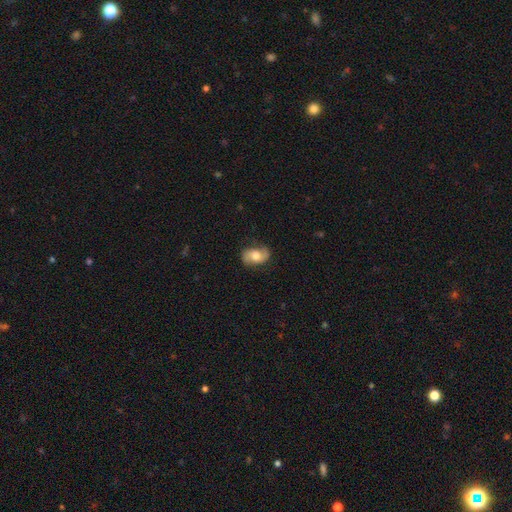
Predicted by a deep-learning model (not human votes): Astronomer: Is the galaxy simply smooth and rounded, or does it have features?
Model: featured or disk — 61%.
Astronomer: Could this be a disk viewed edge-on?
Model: no — 96%.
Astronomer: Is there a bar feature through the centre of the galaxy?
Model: no — 61%.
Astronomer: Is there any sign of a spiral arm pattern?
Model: yes — 90%.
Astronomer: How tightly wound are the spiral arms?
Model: loose — 45% (runner-up: medium, 40%).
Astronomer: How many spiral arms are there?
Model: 2 — 89%.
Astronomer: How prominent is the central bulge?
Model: moderate — 50% (runner-up: large, 31%).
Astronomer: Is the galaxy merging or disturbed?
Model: none — 75%.